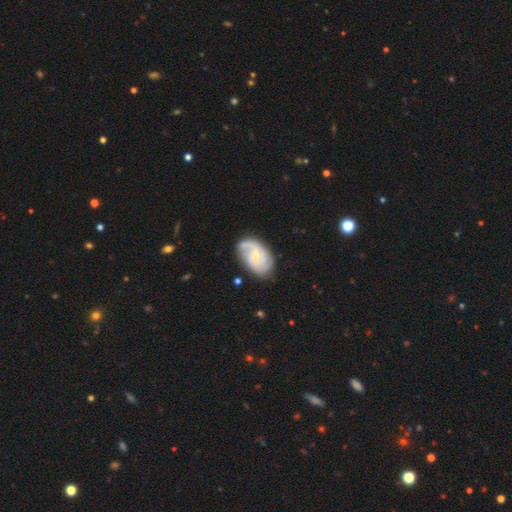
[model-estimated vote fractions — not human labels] This is likely a featured or disk galaxy (74%). It is clearly not viewed edge-on (97%). Bar: possibly no (54%). Spiral arm pattern: clearly yes (93%). Spiral arm count: marginally 2 (42%). Spiral winding: marginally medium (41%, tied with tight). Central bulge: likely small (66%). Merging: likely none (68%).